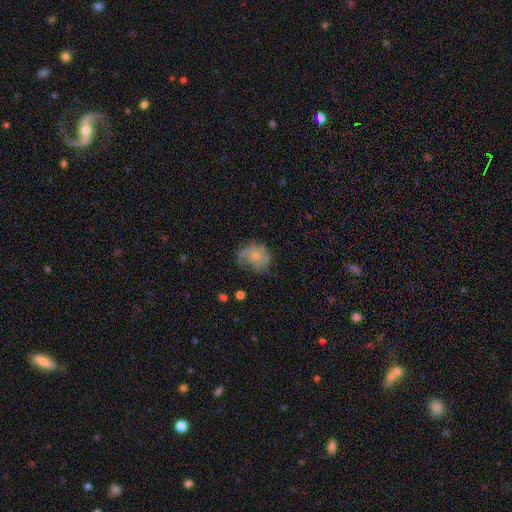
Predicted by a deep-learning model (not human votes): smooth_or_featured: featured or disk (p=0.60) [alt: smooth p=0.32]
disk_edge_on: no (p=0.98) [alt: yes p=0.02]
bar: no (p=0.80) [alt: weak p=0.18]
has_spiral_arms: yes (p=0.79) [alt: no p=0.21]
bulge_size: small (p=0.58) [alt: moderate p=0.28]
merging: none (p=0.49) [alt: minor disturbance p=0.26]